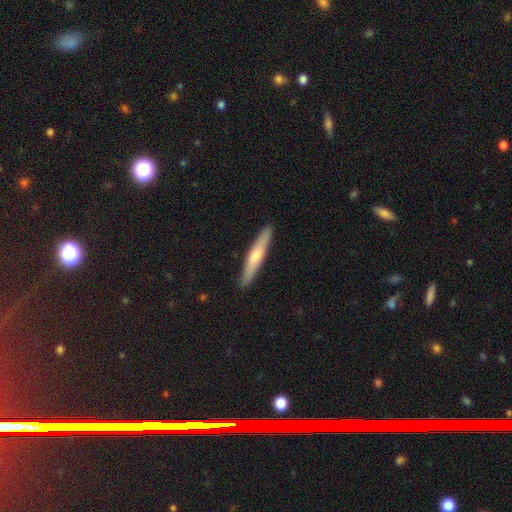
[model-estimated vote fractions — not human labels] smooth-or-featured: smooth: 55% | featured or disk: 40% | star or artifact: 5%
  how-rounded: cigar-shaped: 92% | in between: 7% | round: 1%
  merging: none: 91% | minor disturbance: 7% | major disturbance: 1% | merger: 1%